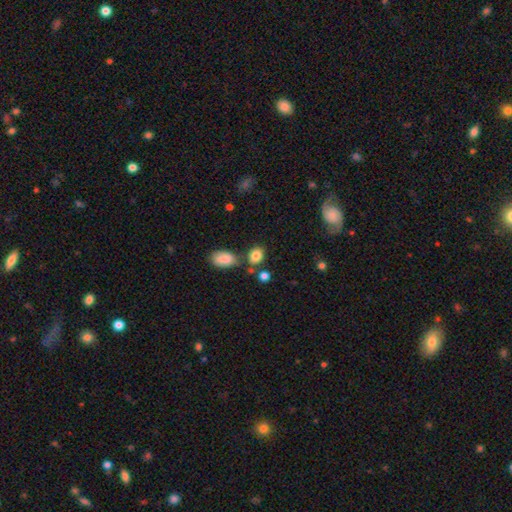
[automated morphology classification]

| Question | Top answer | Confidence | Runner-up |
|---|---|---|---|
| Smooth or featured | smooth | 84% | star or artifact (10%) |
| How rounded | in between | 61% | round (38%) |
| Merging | none | 68% | minor disturbance (14%) |